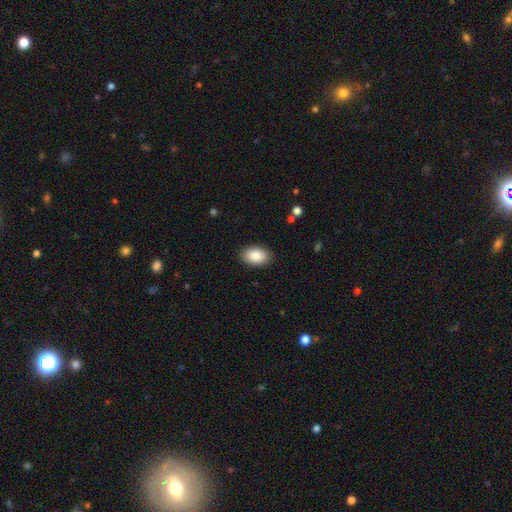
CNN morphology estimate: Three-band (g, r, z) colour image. It shows a smooth galaxy with no disk features (86%) that is in between round and cigar-shaped (91%). Merging: none (88%).